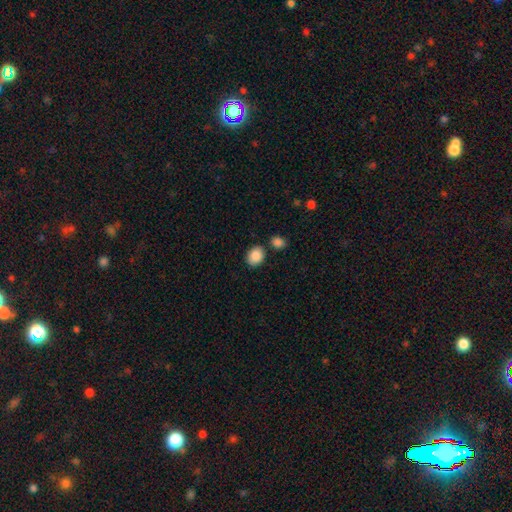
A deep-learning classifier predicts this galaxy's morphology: Smooth or featured? Predicted: smooth (p=0.88). How rounded? Predicted: in between (p=0.53). Merging? Predicted: none (p=0.77).